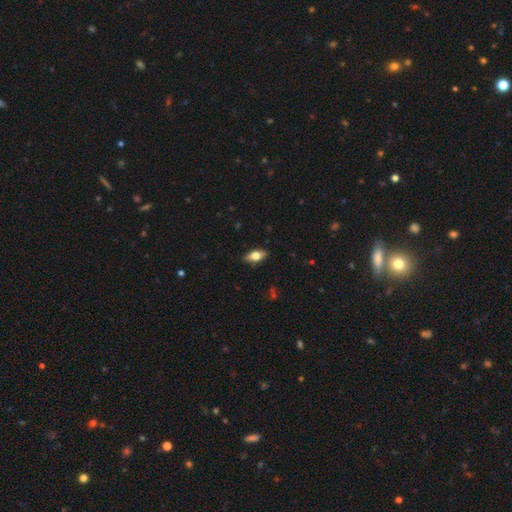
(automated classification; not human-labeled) smooth_or_featured: smooth (p=0.68) [alt: featured or disk p=0.25]
how_rounded: in between (p=0.84) [alt: cigar-shaped p=0.11]
merging: none (p=0.86) [alt: minor disturbance p=0.11]